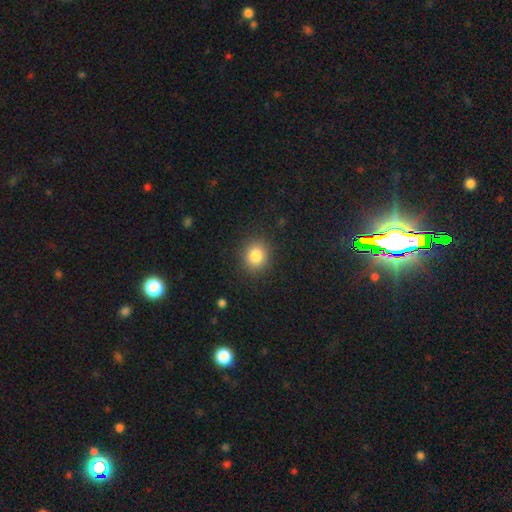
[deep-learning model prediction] Morphology: type=smooth (84%); roundness=round (78%); merging=none (88%).